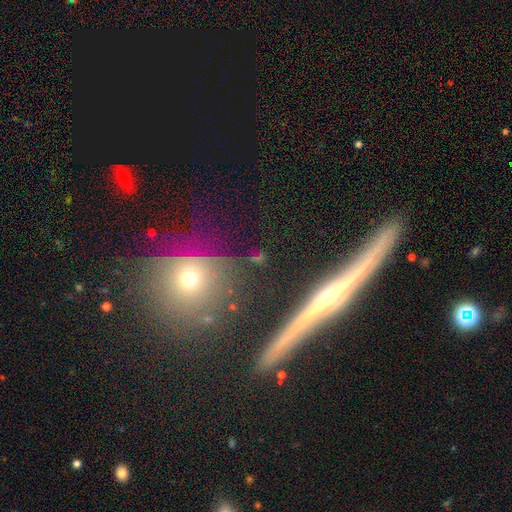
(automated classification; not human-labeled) The model was most divided on "smooth or featured": featured or disk: 40%, smooth: 39%, star or artifact: 21%. More confident: merging — none (77%).